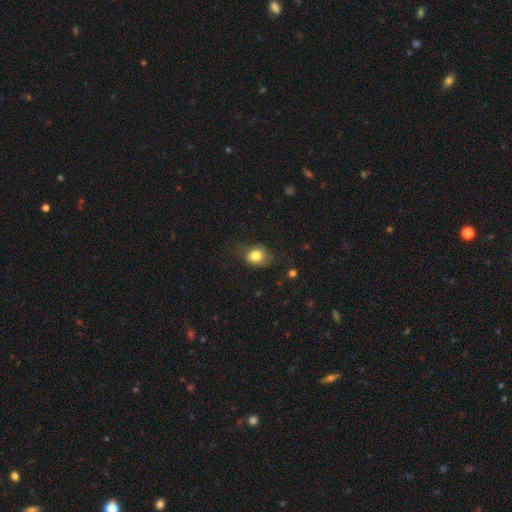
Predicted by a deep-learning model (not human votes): Overall: smooth (81%). How rounded: in between (50%; round 49%). Merging: none (60%; minor disturbance 28%).